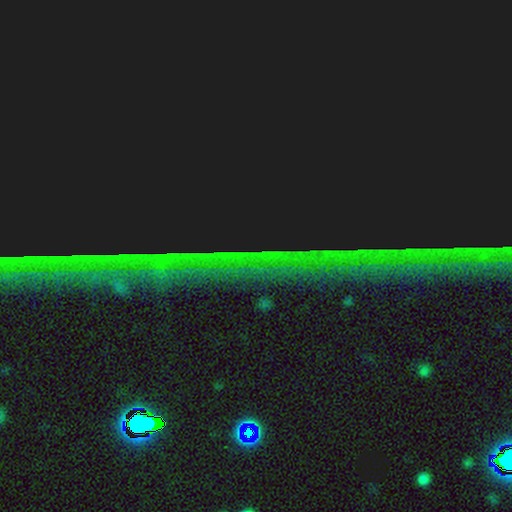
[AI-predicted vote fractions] Smooth or featured?
  - star or artifact: 86% *
  - featured or disk: 7%
  - smooth: 7%